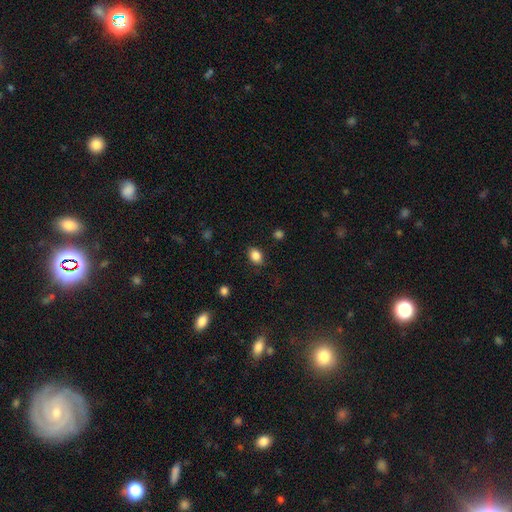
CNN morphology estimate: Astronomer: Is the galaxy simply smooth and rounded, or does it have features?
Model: smooth — 85%.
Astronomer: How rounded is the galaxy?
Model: in between — 66%.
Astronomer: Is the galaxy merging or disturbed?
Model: none — 85%.